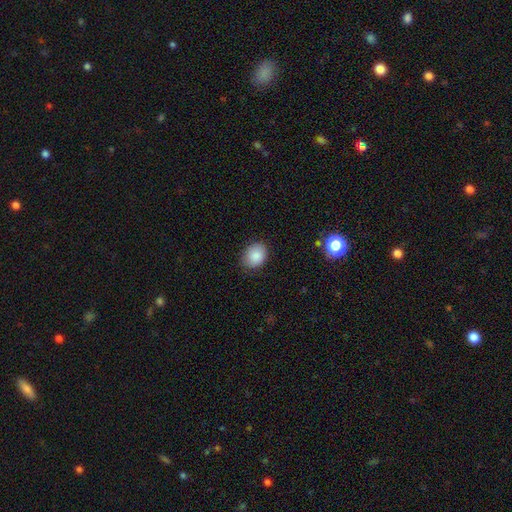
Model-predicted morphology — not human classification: Smooth or featured? smooth (87%)
How rounded? in between (53%)
Merging? none (80%)